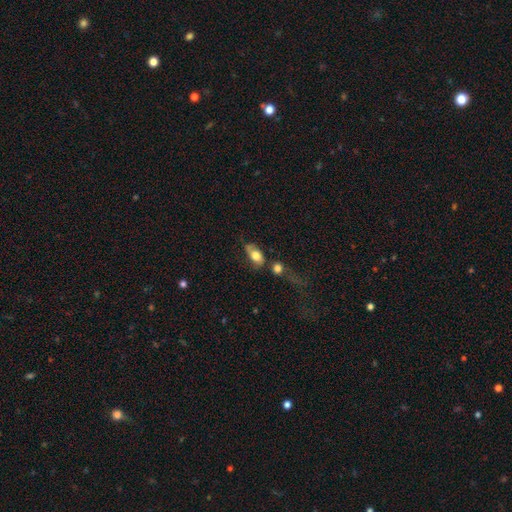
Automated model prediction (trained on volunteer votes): Smooth or featured?
  - smooth: 70% *
  - featured or disk: 22%
  - star or artifact: 8%
How rounded?
  - in between: 87% *
  - round: 9%
  - cigar-shaped: 4%
Merging?
  - none: 34% *
  - merger: 27%
  - minor disturbance: 21%
  - major disturbance: 18%